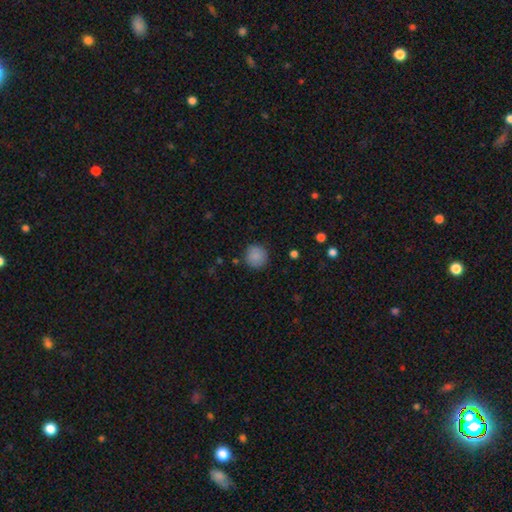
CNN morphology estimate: smooth_or_featured: smooth (p=0.87) [alt: star or artifact p=0.08]
how_rounded: round (p=0.94) [alt: in between p=0.05]
merging: none (p=0.87) [alt: minor disturbance p=0.08]